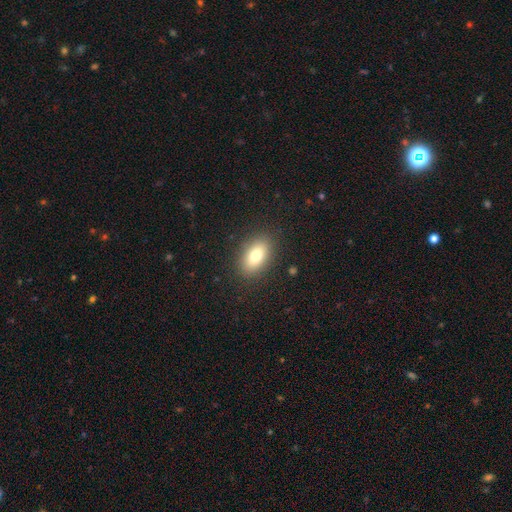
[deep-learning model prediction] Smooth or featured? smooth (78%)
How rounded? in between (89%)
Merging? none (87%)